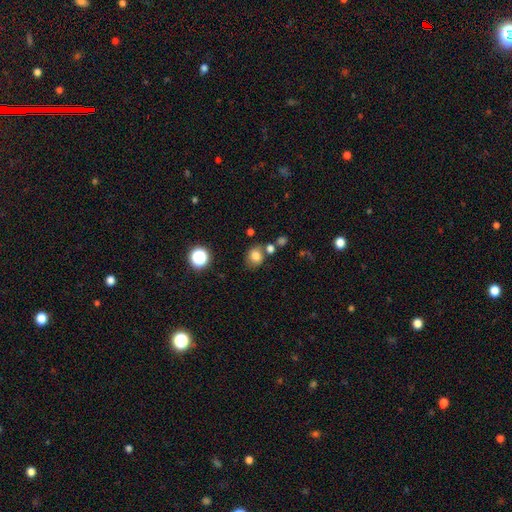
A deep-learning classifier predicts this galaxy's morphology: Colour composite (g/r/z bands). It shows a smooth galaxy with no disk features (78%) that is round (62%). Merging: none (66%).